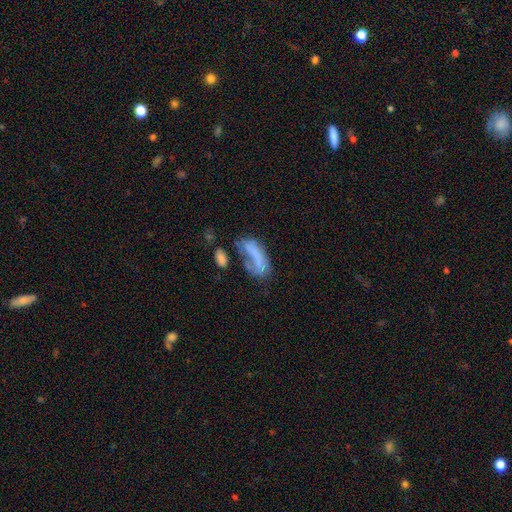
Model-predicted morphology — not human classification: A smooth galaxy with no disk features (53%) that is in between round and cigar-shaped (73%).

Vote fractions:
- Smooth or featured? smooth: 53% / featured or disk: 35% / star or artifact: 11%
- How rounded? in between: 73% / cigar-shaped: 23% / round: 4%
- Merging? major disturbance: 33% / none: 25% / merger: 23% / minor disturbance: 18%